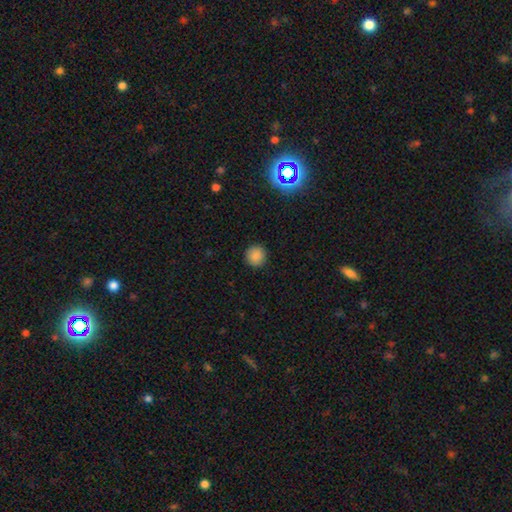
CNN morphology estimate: Overall: smooth (86%). How rounded: round (94%). Merging: none (92%).